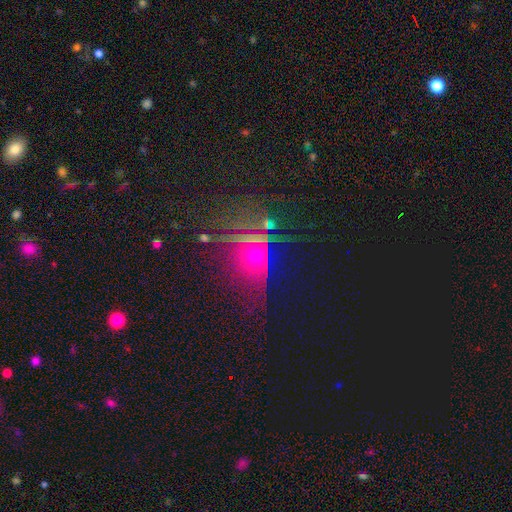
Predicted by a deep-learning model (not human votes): The model was most divided on "smooth or featured": star or artifact: 42%, smooth: 40%, featured or disk: 18%.